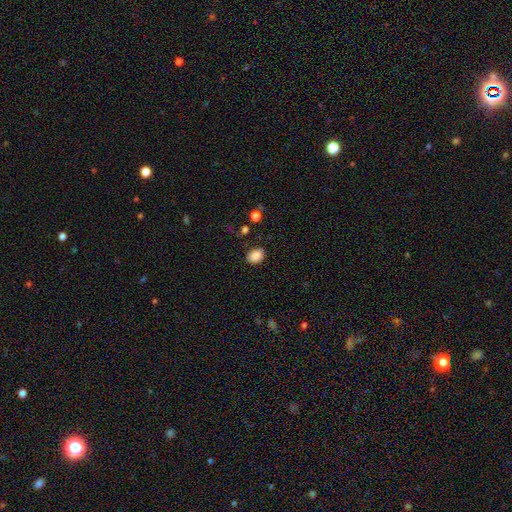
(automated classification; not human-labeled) smooth_or_featured: smooth (p=0.88) [alt: star or artifact p=0.09]
how_rounded: in between (p=0.72) [alt: round p=0.27]
merging: none (p=0.84) [alt: minor disturbance p=0.12]